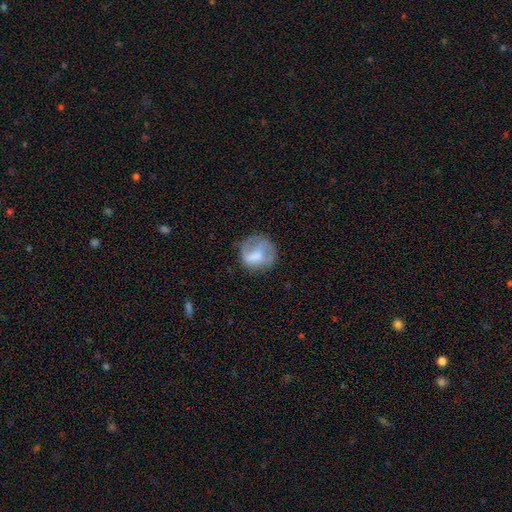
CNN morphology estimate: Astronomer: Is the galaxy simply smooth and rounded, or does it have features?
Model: smooth — 59%.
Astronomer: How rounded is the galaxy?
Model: round — 80%.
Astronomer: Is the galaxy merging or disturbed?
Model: none — 53%.